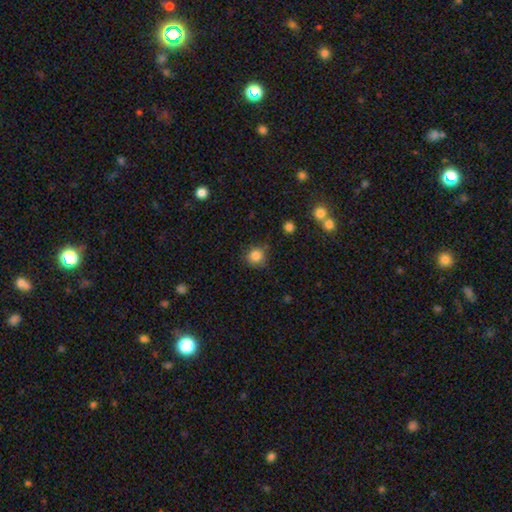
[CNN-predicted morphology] The model was most divided on "merging": none: 79%, minor disturbance: 15%, major disturbance: 3%, merger: 3%. More confident: how rounded — round (90%); smooth or featured — smooth (83%).